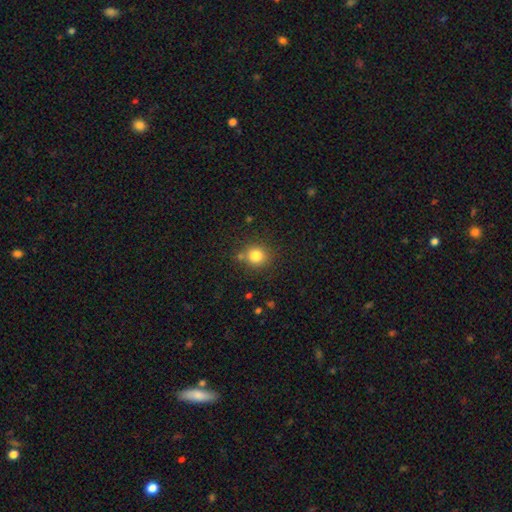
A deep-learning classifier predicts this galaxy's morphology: A smooth galaxy with no disk features (81%) that is round (87%). Merging: none (76%).